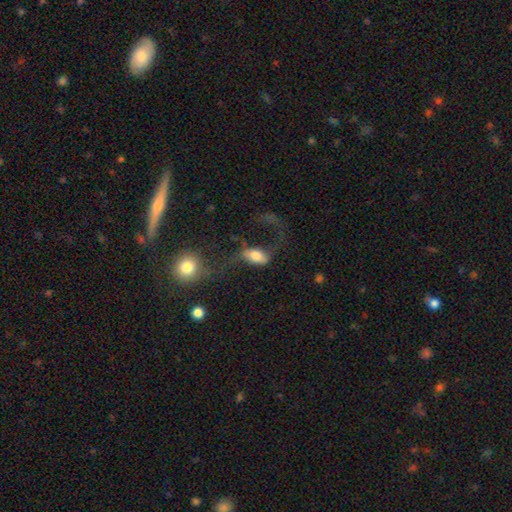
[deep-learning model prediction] This appears to be a smooth galaxy with no disk features (55%) that is in between round and cigar-shaped (86%). Merging: major disturbance (46%).